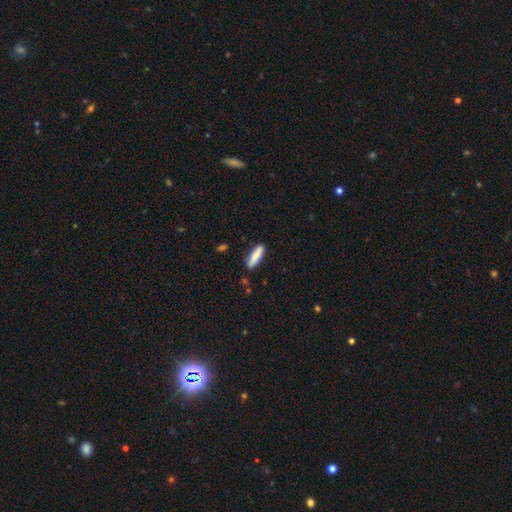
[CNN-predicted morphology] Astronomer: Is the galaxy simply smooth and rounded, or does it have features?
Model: smooth — 85%.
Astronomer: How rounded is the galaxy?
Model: cigar-shaped — 71%.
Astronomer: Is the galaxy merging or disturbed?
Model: none — 85%.